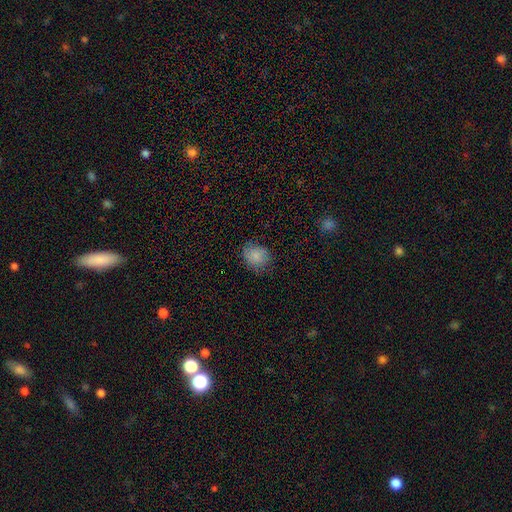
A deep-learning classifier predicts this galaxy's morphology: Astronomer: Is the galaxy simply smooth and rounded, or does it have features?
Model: smooth — 81%.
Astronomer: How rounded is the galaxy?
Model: round — 62%.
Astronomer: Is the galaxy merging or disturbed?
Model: none — 72%.